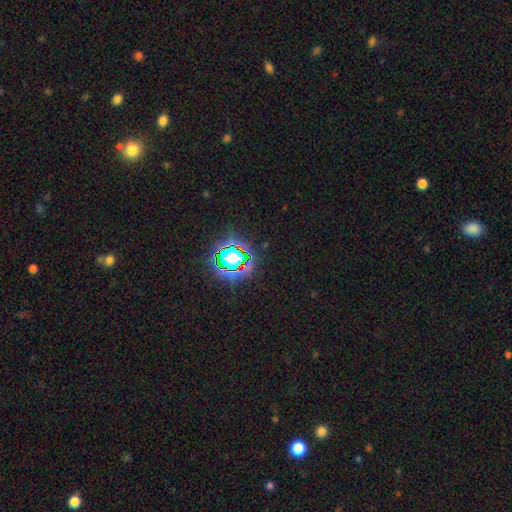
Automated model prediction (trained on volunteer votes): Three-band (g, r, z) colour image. It shows a star or artifact, not a galaxy (80%).